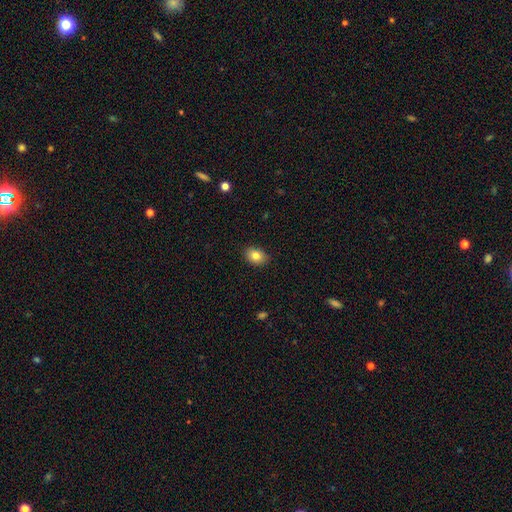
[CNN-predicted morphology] This appears to be a smooth galaxy with no disk features (83%) that is in between round and cigar-shaped (77%). Merging: none (87%).